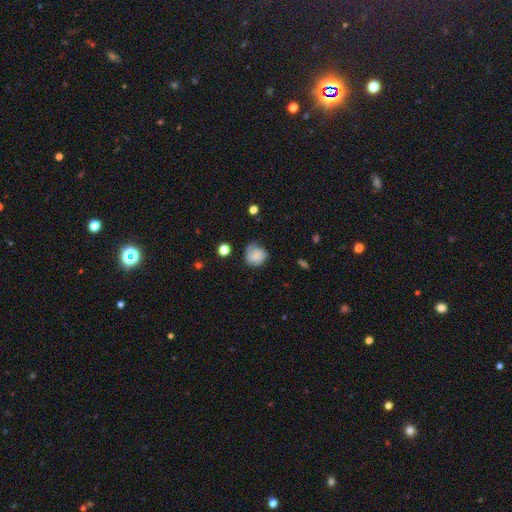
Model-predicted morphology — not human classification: Q: Smooth or featured?
A: smooth (71%); runner-up: featured or disk (20%)
Q: How rounded?
A: round (80%); runner-up: in between (19%)
Q: Merging?
A: none (56%); runner-up: minor disturbance (31%)